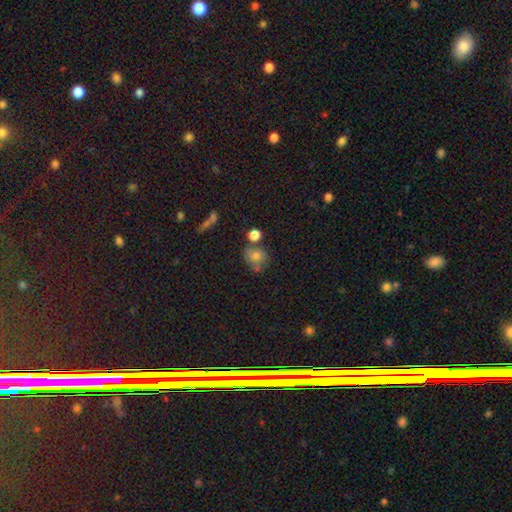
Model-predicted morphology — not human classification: Smooth or featured? Predicted: smooth (p=0.72). How rounded? Predicted: round (p=0.69). Merging? Predicted: none (p=0.49).